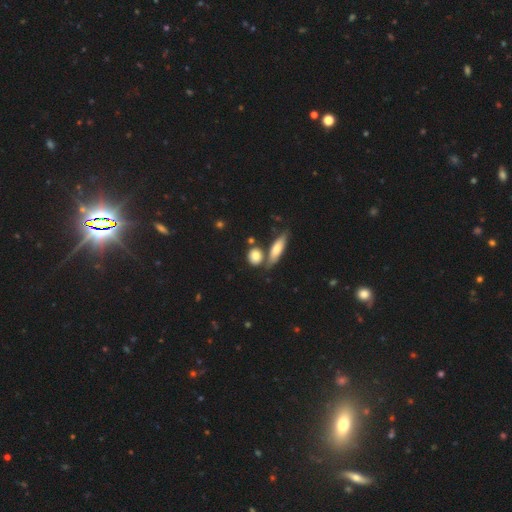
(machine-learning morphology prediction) Overall: smooth (79%). How rounded: round (60%; in between 30%). Merging: none (63%).